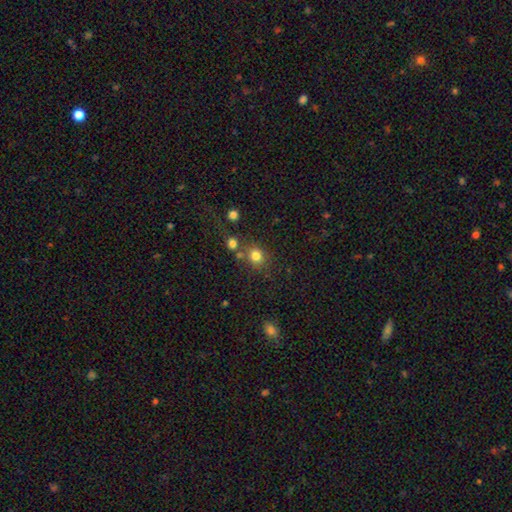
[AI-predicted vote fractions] The model was most divided on "merging": none: 64%, merger: 20%, minor disturbance: 10%, major disturbance: 6%. More confident: how rounded — round (81%); smooth or featured — smooth (78%).